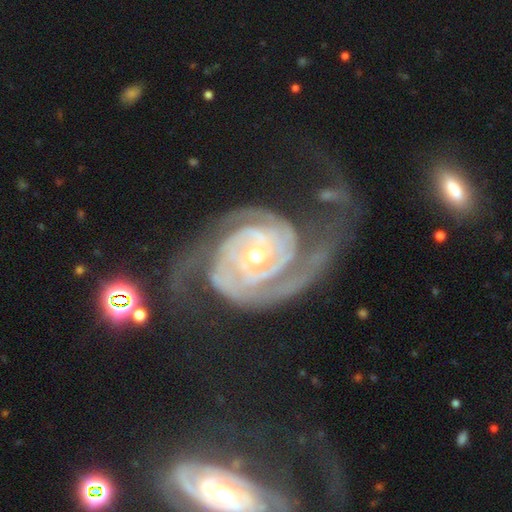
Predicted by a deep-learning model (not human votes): A featured or disk galaxy (92%) with no bar (54%), 2 (58%) tight (62%) spiral arms (98%) and a small central bulge (50%). Merging: none (49%).